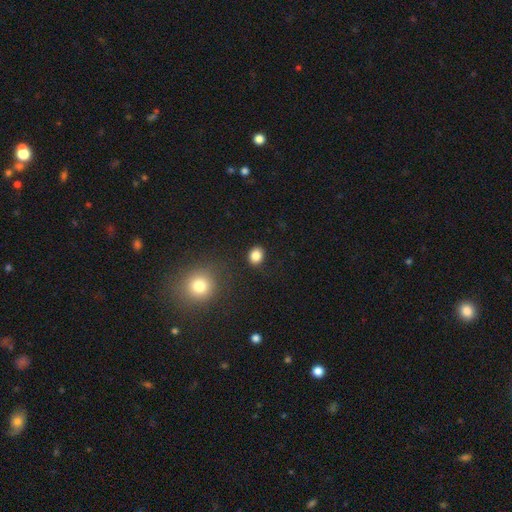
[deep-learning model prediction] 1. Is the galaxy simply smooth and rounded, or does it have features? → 84% smooth, 11% star or artifact, 5% featured or disk.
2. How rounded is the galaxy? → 62% round, 37% in between, 1% cigar-shaped.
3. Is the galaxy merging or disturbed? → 87% none, 8% minor disturbance, 3% major disturbance, 2% merger.